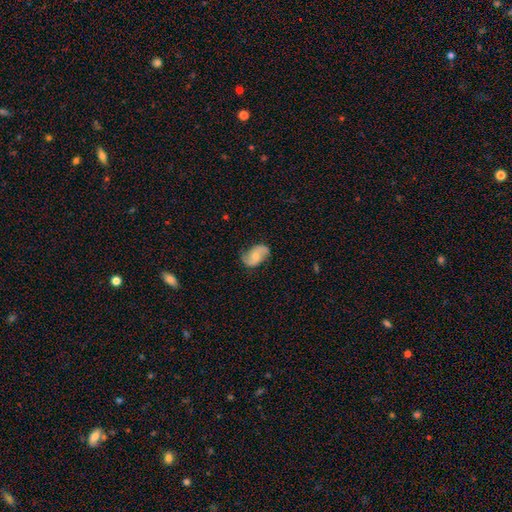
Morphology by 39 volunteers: featured or disk 62%, smooth 33%, star or artifact 5%. Down the decision tree: edge-on disk — no (96%); bar — no (52%); spiral arms — yes (91%); spiral arm count — 2 (100%); spiral winding — medium (62%); bulge size — moderate (57%); merging — none (81%).